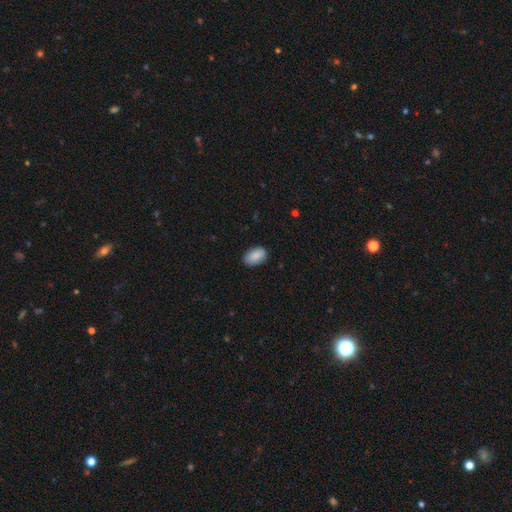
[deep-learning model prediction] This is clearly a smooth galaxy (89%). How rounded: clearly in between (92%). Merging: clearly none (84%).